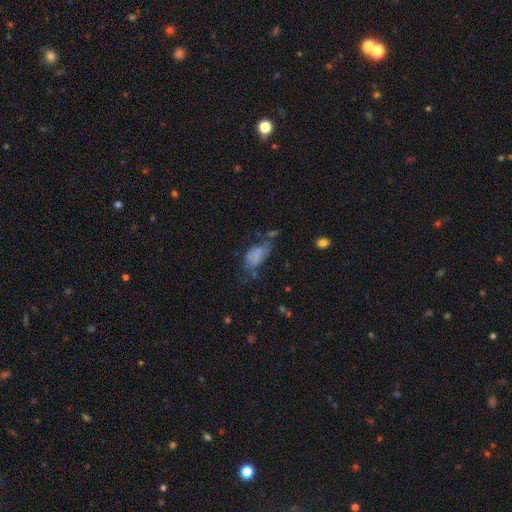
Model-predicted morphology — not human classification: Smooth or featured: smooth — 61% (featured or disk — 28%)
How rounded: in between — 90% (cigar-shaped — 6%)
Merging: none — 31% (major disturbance — 30%)